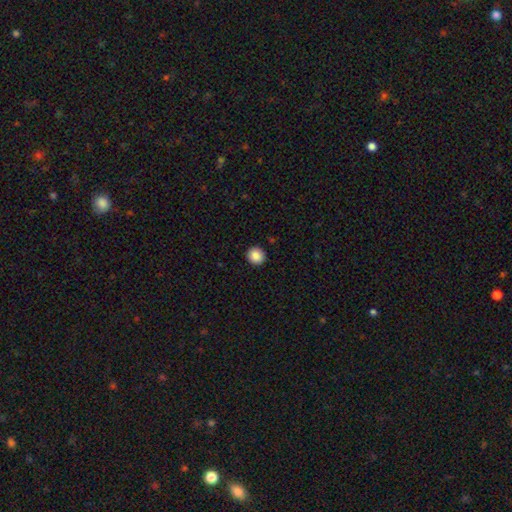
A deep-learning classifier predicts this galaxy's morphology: The model was most divided on "smooth or featured": smooth: 88%, star or artifact: 9%, featured or disk: 4%. More confident: merging — none (92%); how rounded — round (92%).